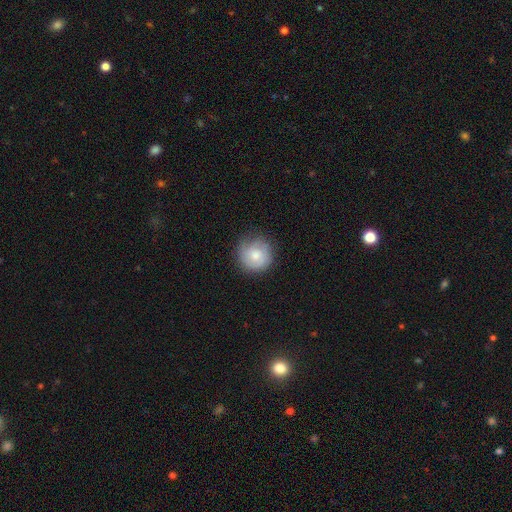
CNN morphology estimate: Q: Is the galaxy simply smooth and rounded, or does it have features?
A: smooth — 65%.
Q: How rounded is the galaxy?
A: round — 93%.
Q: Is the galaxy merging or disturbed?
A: none — 73%.